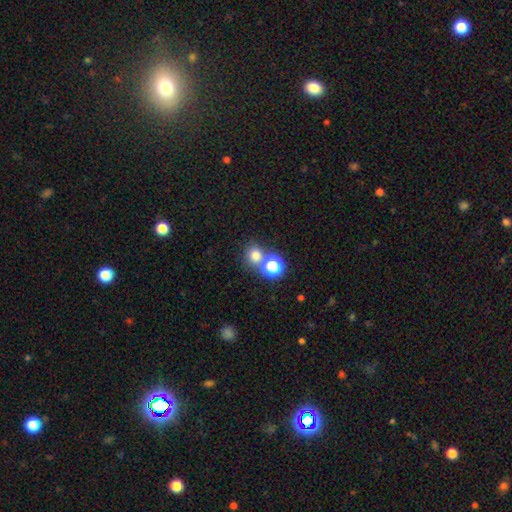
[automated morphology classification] A smooth galaxy with no disk features (72%) that is round (85%).

Vote fractions:
- Smooth or featured? smooth: 72% / star or artifact: 21% / featured or disk: 7%
- How rounded? round: 85% / in between: 14% / cigar-shaped: 1%
- Merging? none: 66% / merger: 24% / minor disturbance: 7% / major disturbance: 3%